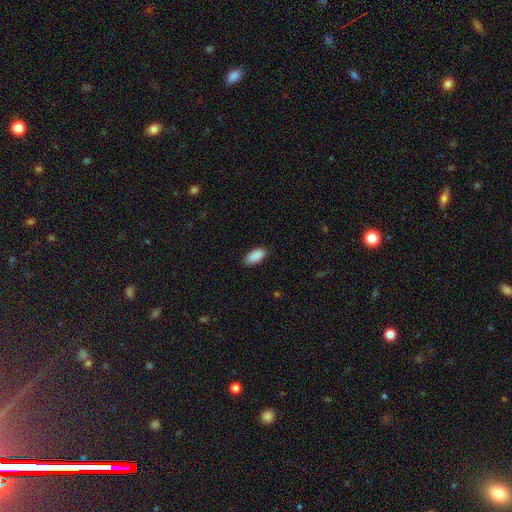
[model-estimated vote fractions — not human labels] smooth-or-featured: smooth: 90% | star or artifact: 7% | featured or disk: 3%
  how-rounded: in between: 92% | cigar-shaped: 6% | round: 2%
  merging: none: 84% | minor disturbance: 13% | major disturbance: 2% | merger: 1%